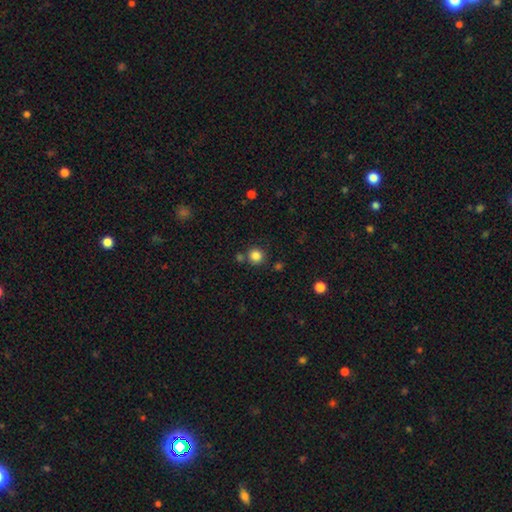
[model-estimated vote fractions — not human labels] Q: Smooth or featured?
A: smooth (84%); runner-up: star or artifact (12%)
Q: How rounded?
A: round (94%); runner-up: in between (5%)
Q: Merging?
A: none (80%); runner-up: merger (9%)